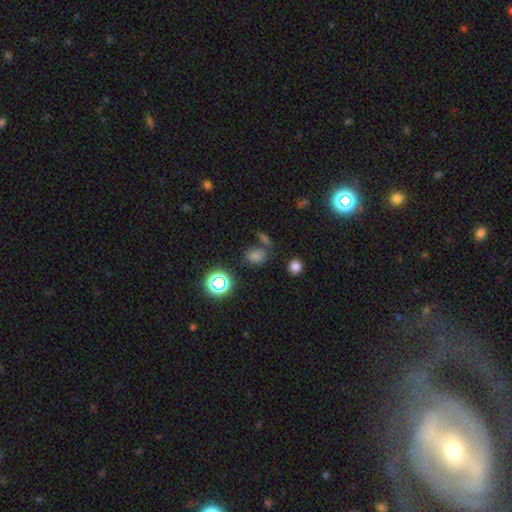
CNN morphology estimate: This appears to be a smooth galaxy with no disk features (65%) that is in between round and cigar-shaped (59%). Merging: none (65%).